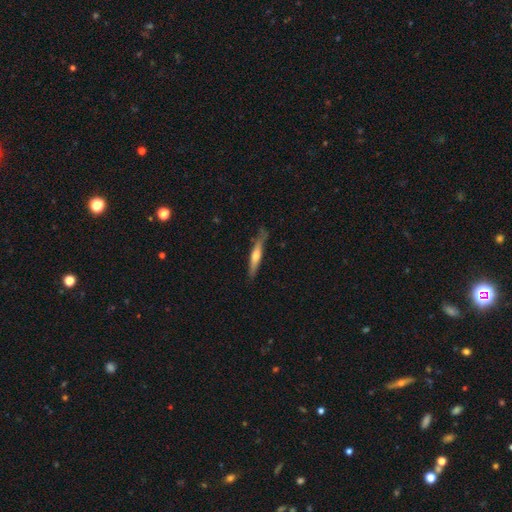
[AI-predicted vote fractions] Smooth or featured?
  - featured or disk: 48% *
  - smooth: 46%
  - star or artifact: 5%
Merging?
  - none: 76% *
  - minor disturbance: 19%
  - major disturbance: 4%
  - merger: 2%